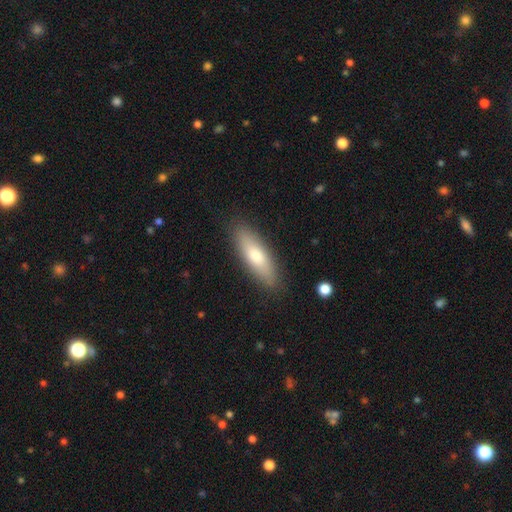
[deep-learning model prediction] The model was most divided on "how rounded": cigar-shaped: 52%, in between: 46%, round: 2%. More confident: merging — none (87%); smooth or featured — smooth (70%).